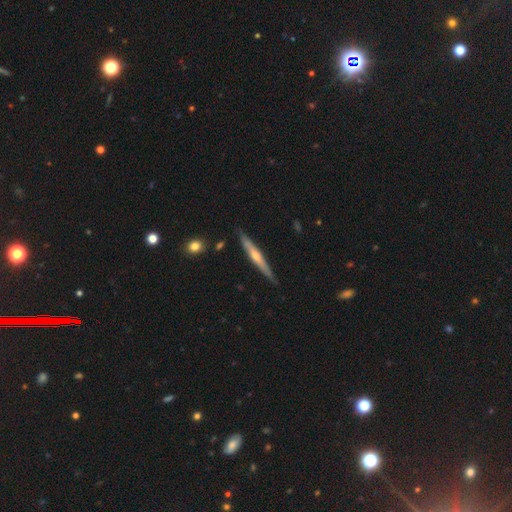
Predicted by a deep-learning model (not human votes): Smooth or featured: featured or disk — 65% (smooth — 29%)
Edge-on disk: yes — 96% (no — 4%)
Edge-on bulge: rounded — 74% (none — 22%)
Merging: none — 85% (minor disturbance — 12%)